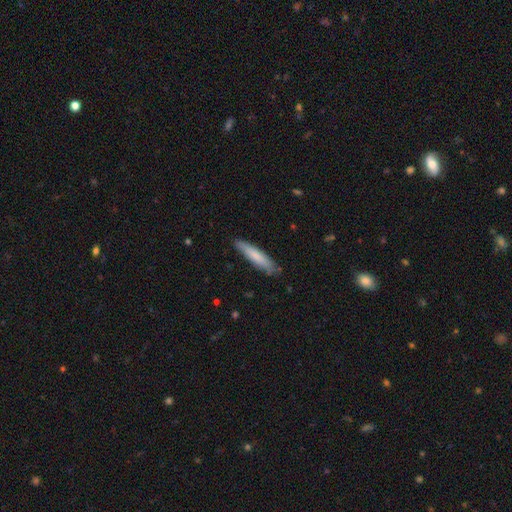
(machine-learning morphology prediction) type=smooth (74%); roundness=cigar-shaped (86%); merging=none (85%).